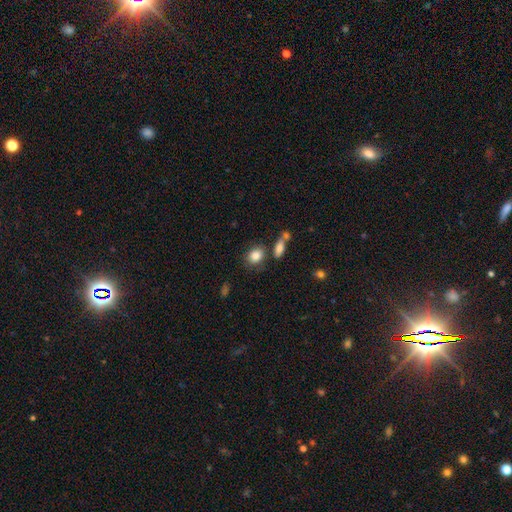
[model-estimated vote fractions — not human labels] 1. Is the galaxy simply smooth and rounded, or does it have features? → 85% smooth, 8% star or artifact, 7% featured or disk.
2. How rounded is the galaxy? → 52% in between, 46% round, 2% cigar-shaped.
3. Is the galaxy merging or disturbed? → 68% none, 15% minor disturbance, 12% merger, 5% major disturbance.